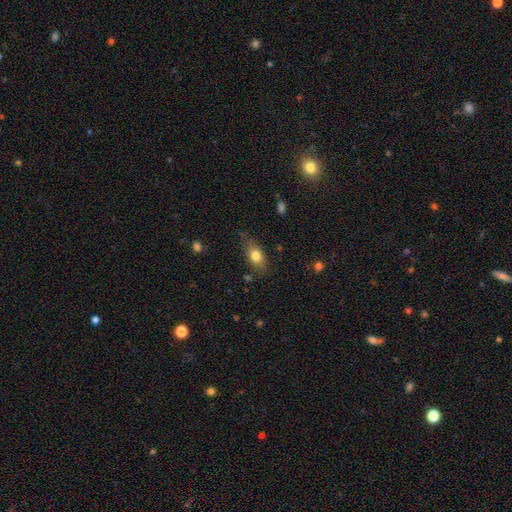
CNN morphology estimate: This is likely a smooth galaxy (78%). How rounded: clearly in between (84%). Merging: likely none (73%).